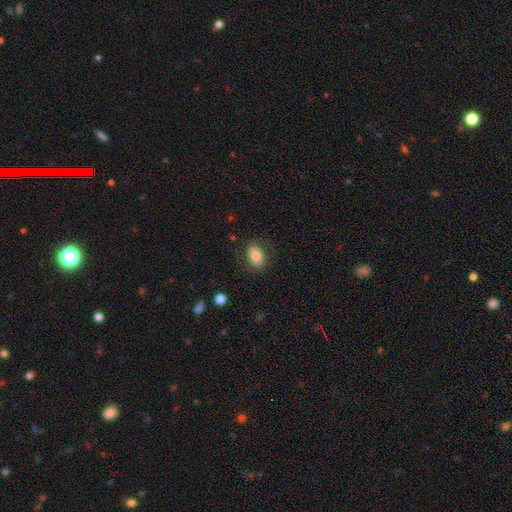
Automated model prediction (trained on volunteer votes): smooth-or-featured: smooth: 73% | featured or disk: 20% | star or artifact: 8%
  how-rounded: in between: 81% | round: 18% | cigar-shaped: 1%
  merging: none: 74% | minor disturbance: 16% | major disturbance: 8% | merger: 1%